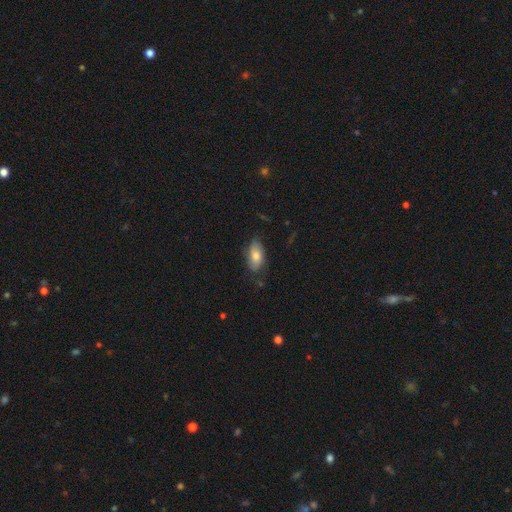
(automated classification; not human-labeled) Smooth or featured? Predicted: smooth (p=0.69). How rounded? Predicted: in between (p=0.90). Merging? Predicted: none (p=0.66).